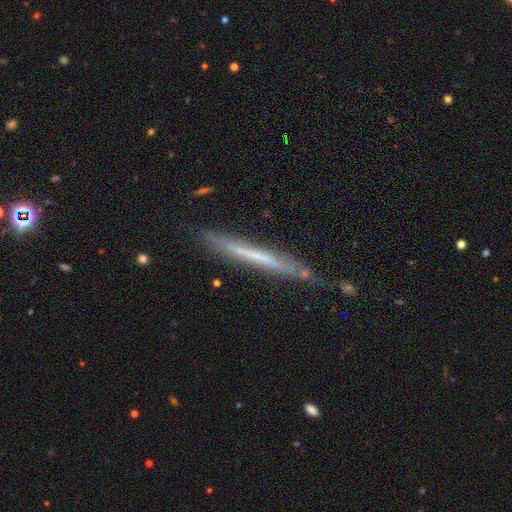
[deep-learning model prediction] smooth_or_featured: featured or disk (p=0.55) [alt: smooth p=0.38]
disk_edge_on: yes (p=0.93) [alt: no p=0.07]
edge_on_bulge: none (p=0.88) [alt: rounded p=0.06]
merging: none (p=0.72) [alt: minor disturbance p=0.20]